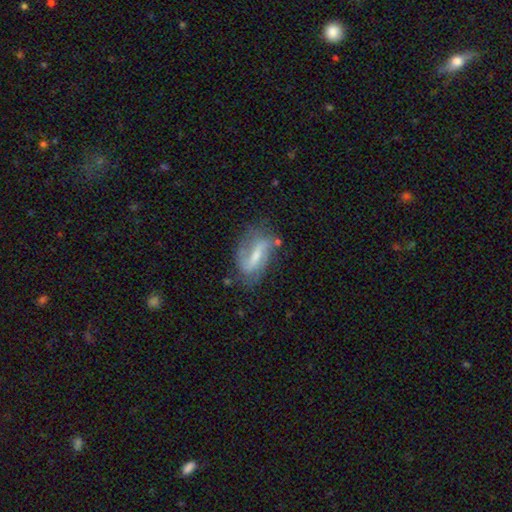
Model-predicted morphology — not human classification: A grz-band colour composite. It shows a featured or disk galaxy (68%) with a strong bar (45%), 2 (75%) loose (51%) spiral arms (83%) and a small central bulge (41%). Merging: none (60%).